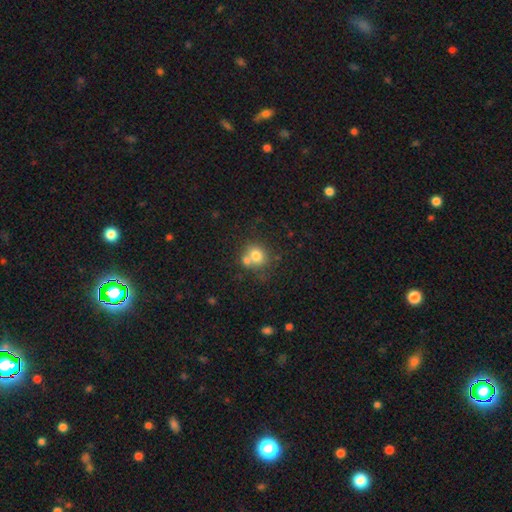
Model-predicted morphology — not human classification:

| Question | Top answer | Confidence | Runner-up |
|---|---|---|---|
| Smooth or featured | smooth | 75% | featured or disk (14%) |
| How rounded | round | 75% | in between (24%) |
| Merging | none | 46% | merger (40%) |